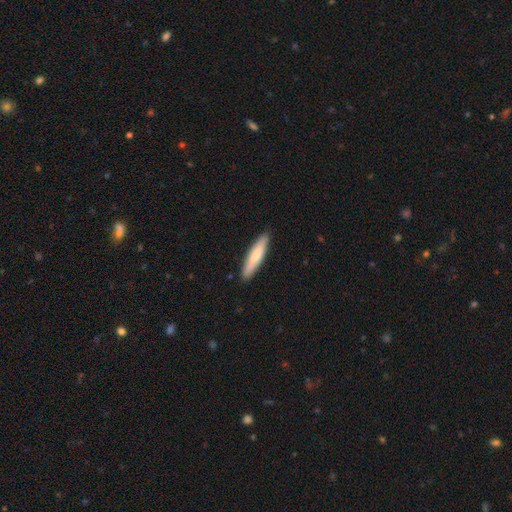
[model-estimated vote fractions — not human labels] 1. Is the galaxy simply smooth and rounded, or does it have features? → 75% smooth, 20% featured or disk, 5% star or artifact.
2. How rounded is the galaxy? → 85% cigar-shaped, 14% in between, 1% round.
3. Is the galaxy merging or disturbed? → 90% none, 8% minor disturbance, 1% major disturbance, 1% merger.